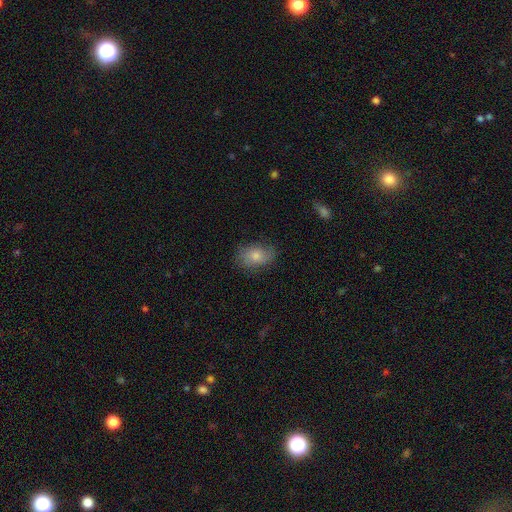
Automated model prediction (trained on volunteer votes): Smooth or featured? smooth (66%)
How rounded? in between (81%)
Merging? none (76%)